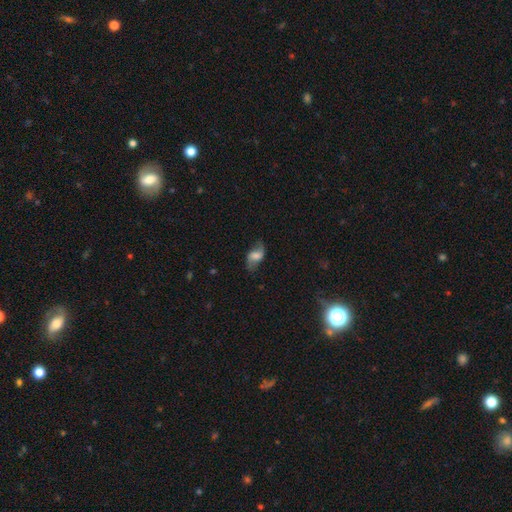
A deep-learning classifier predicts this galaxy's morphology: smooth_or_featured: featured or disk (p=0.58) [alt: smooth p=0.33]
disk_edge_on: no (p=0.94) [alt: yes p=0.06]
bar: weak (p=0.44) [alt: no p=0.35]
has_spiral_arms: yes (p=0.88) [alt: no p=0.12]
bulge_size: moderate (p=0.36) [alt: small p=0.28]
merging: none (p=0.70) [alt: minor disturbance p=0.19]